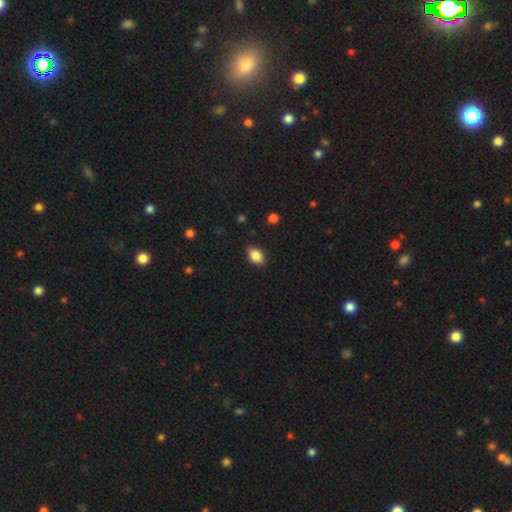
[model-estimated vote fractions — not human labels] smooth_or_featured: smooth (p=0.85) [alt: star or artifact p=0.08]
how_rounded: in between (p=0.86) [alt: round p=0.12]
merging: none (p=0.87) [alt: minor disturbance p=0.10]